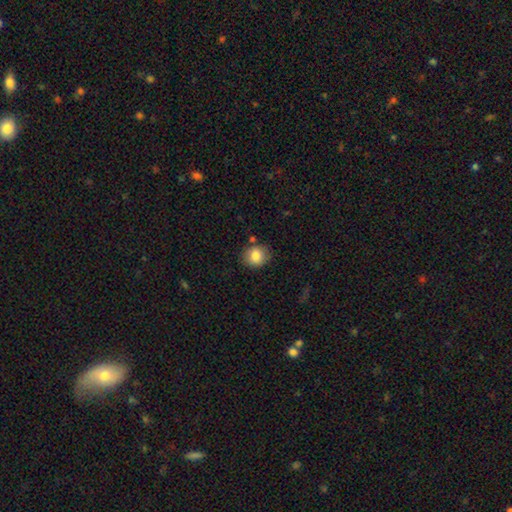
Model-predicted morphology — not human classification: Smooth or featured?
  - smooth: 84% *
  - star or artifact: 8%
  - featured or disk: 7%
How rounded?
  - round: 73% *
  - in between: 26%
  - cigar-shaped: 1%
Merging?
  - none: 78% *
  - minor disturbance: 14%
  - merger: 5%
  - major disturbance: 3%